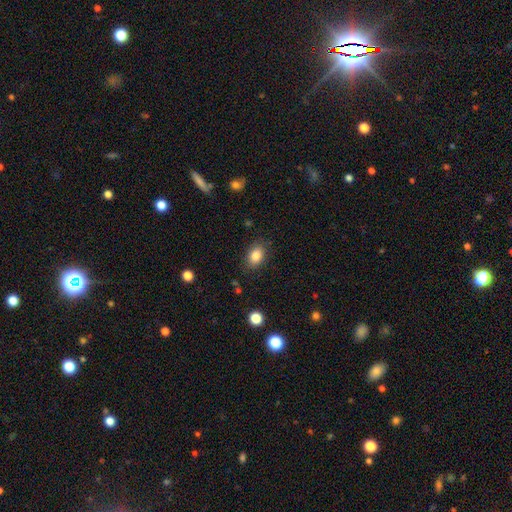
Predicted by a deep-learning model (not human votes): Smooth or featured? Predicted: smooth (p=0.84). How rounded? Predicted: in between (p=0.80). Merging? Predicted: none (p=0.83).